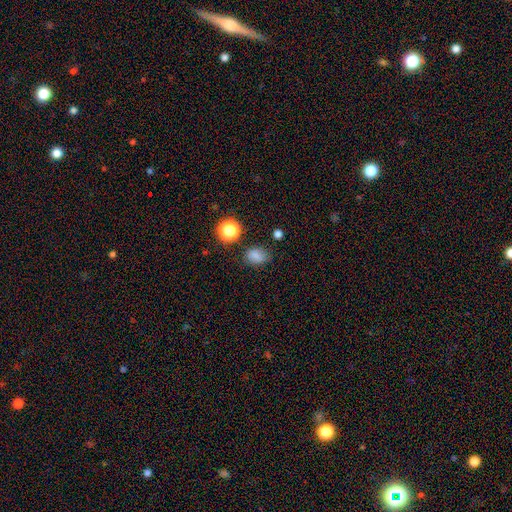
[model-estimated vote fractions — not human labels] This appears to be a smooth galaxy with no disk features (79%) that is in between round and cigar-shaped (65%). Merging: none (73%).